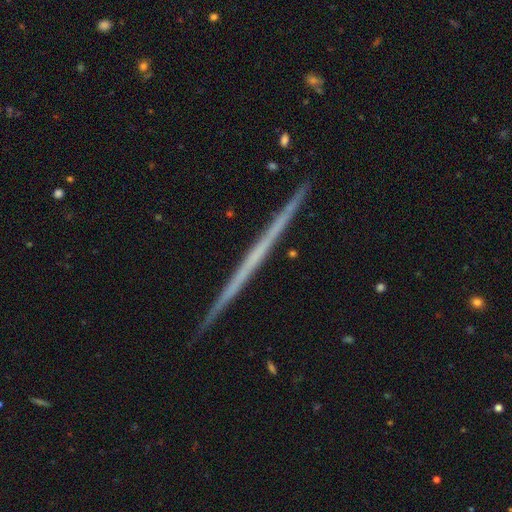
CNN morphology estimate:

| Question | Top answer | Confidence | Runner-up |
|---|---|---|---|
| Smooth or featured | featured or disk | 69% | smooth (24%) |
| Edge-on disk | yes | 98% | no (2%) |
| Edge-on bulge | none | 91% | rounded (6%) |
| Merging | none | 93% | minor disturbance (5%) |